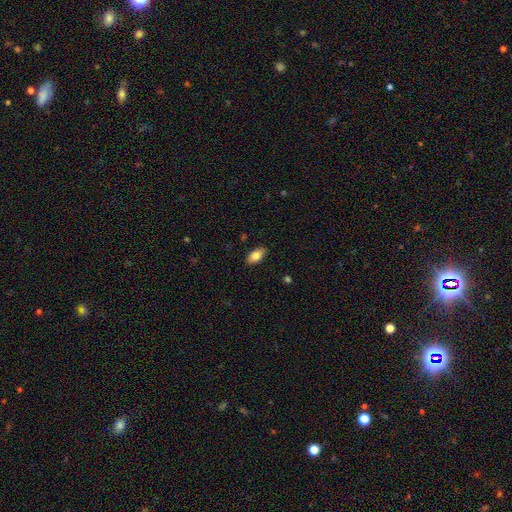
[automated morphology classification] A smooth galaxy with no disk features (83%) that is in between round and cigar-shaped (92%).

Vote fractions:
- Smooth or featured? smooth: 83% / featured or disk: 10% / star or artifact: 7%
- How rounded? in between: 92% / cigar-shaped: 5% / round: 3%
- Merging? none: 88% / minor disturbance: 9% / major disturbance: 2% / merger: 1%